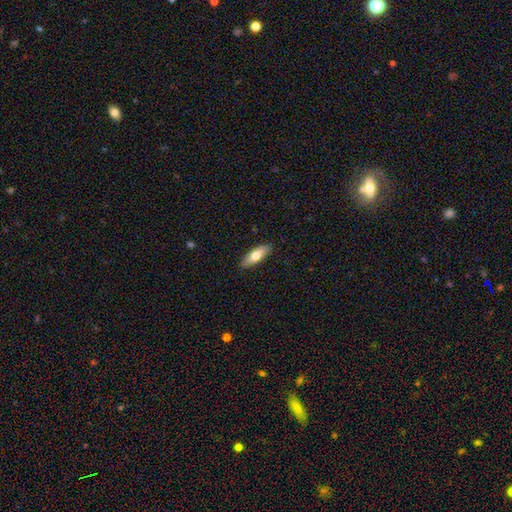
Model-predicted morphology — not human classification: Overall: smooth (68%). How rounded: in between (61%; cigar-shaped 37%). Merging: none (87%).